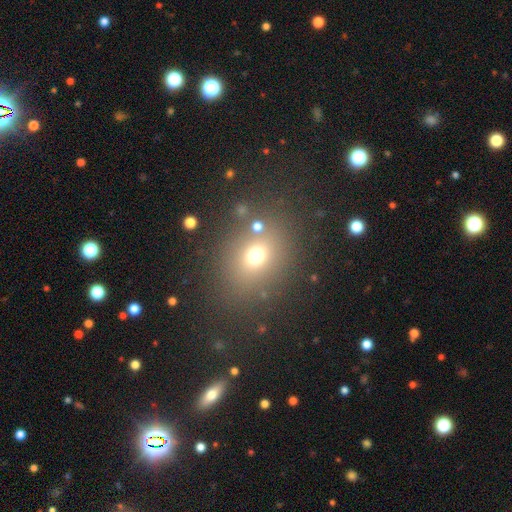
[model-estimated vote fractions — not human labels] This is likely a smooth galaxy (68%). How rounded: possibly round (59%). Merging: likely none (75%).